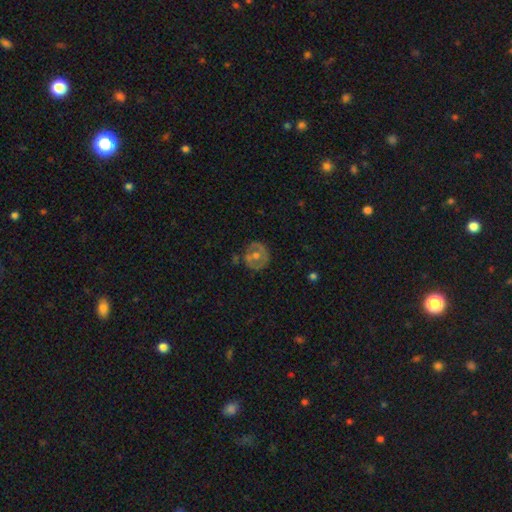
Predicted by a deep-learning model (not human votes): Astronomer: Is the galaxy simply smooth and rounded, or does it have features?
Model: featured or disk — 60%.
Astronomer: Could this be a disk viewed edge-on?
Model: no — 96%.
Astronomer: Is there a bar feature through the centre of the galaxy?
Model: no — 79%.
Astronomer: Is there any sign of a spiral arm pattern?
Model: no — 64%.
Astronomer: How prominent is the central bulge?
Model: moderate — 67%.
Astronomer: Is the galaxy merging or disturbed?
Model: none — 75%.